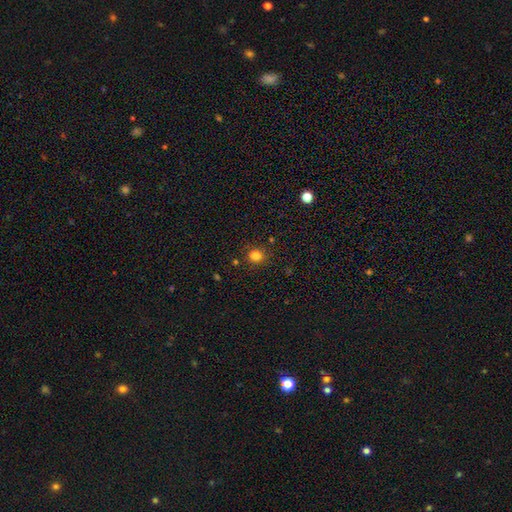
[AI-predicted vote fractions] This is clearly a smooth galaxy (81%). How rounded: clearly round (84%). Merging: clearly none (86%).